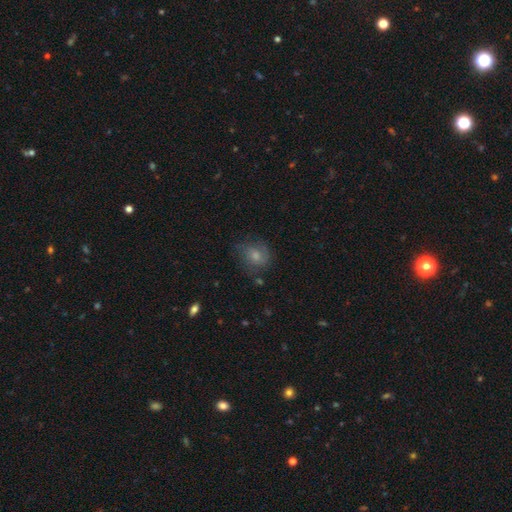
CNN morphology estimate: Smooth or featured? Predicted: smooth (p=0.57). How rounded? Predicted: round (p=0.63). Merging? Predicted: none (p=0.60).